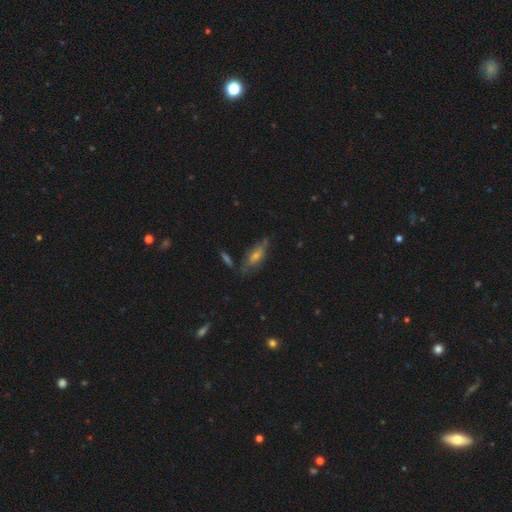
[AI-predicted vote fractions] smooth-or-featured: smooth: 44% | featured or disk: 41% | star or artifact: 15%
  merging: none: 66% | minor disturbance: 21% | major disturbance: 7% | merger: 6%